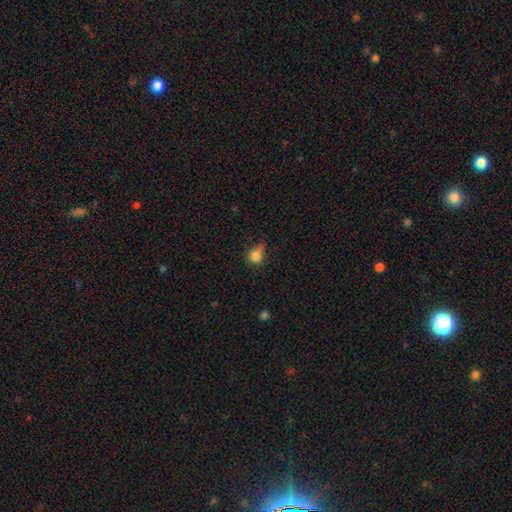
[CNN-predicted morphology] Smooth or featured? Predicted: smooth (p=0.81). How rounded? Predicted: round (p=0.74). Merging? Predicted: none (p=0.45).